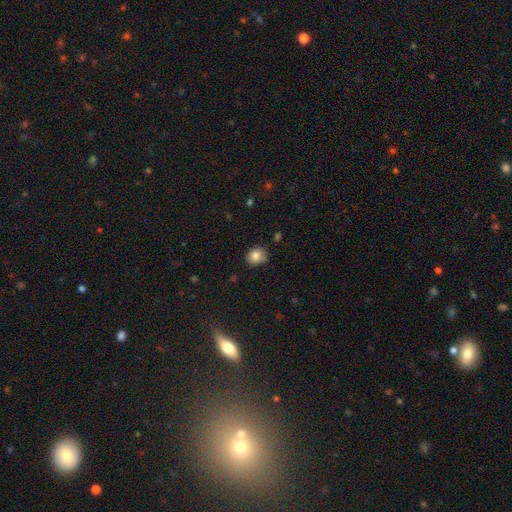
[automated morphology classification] A smooth galaxy with no disk features (84%) that is round (75%).

Vote fractions:
- Smooth or featured? smooth: 84% / star or artifact: 10% / featured or disk: 6%
- How rounded? round: 75% / in between: 24% / cigar-shaped: 1%
- Merging? none: 75% / minor disturbance: 20% / major disturbance: 3% / merger: 2%